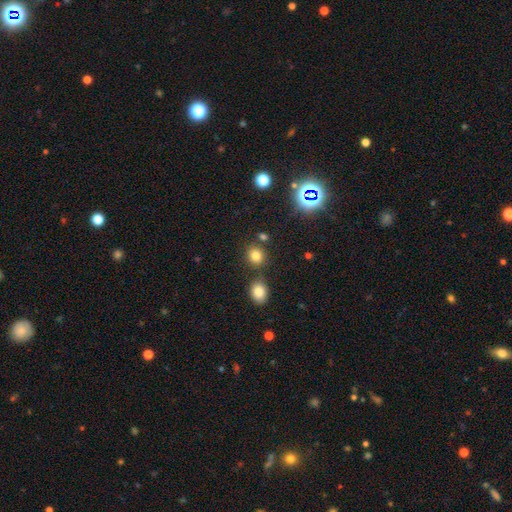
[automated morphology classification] This appears to be a smooth galaxy with no disk features (79%) that is round (77%). Merging: none (77%).